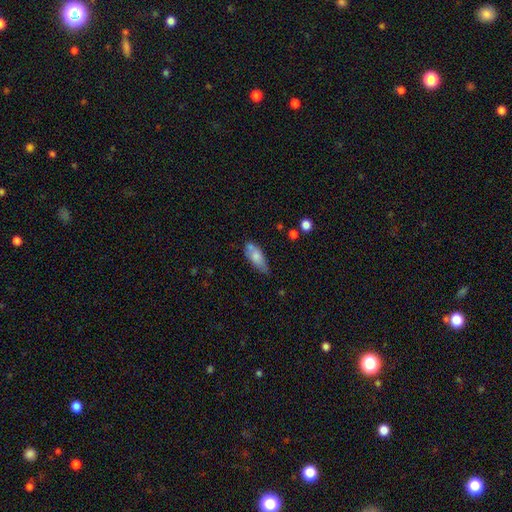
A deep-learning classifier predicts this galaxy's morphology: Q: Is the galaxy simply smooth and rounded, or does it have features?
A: smooth — 69%.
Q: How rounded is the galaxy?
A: in between — 74%.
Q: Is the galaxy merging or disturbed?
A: none — 47%.